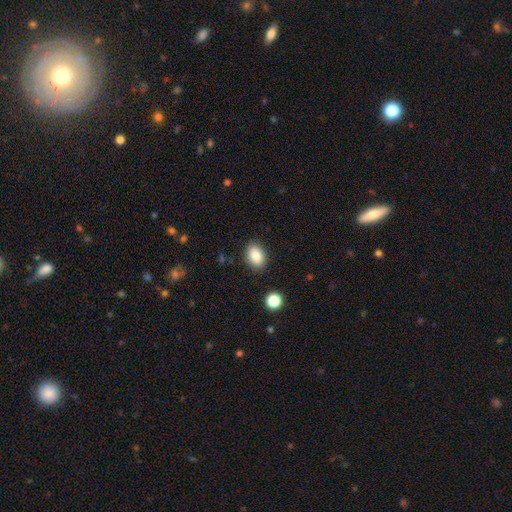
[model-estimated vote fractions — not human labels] This is clearly a smooth galaxy (86%). How rounded: clearly in between (84%). Merging: clearly none (87%).